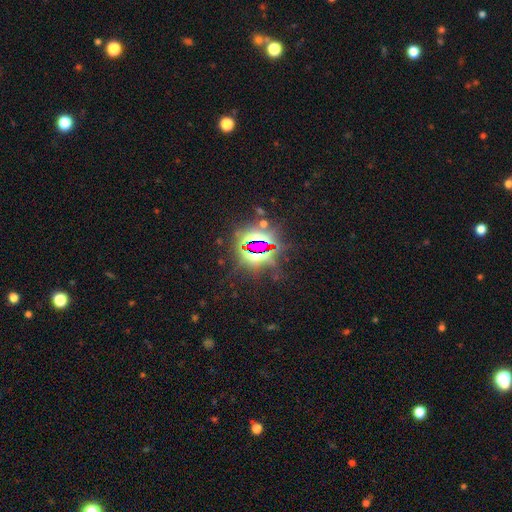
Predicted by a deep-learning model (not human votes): smooth_or_featured: star or artifact (p=0.86) [alt: smooth p=0.07]